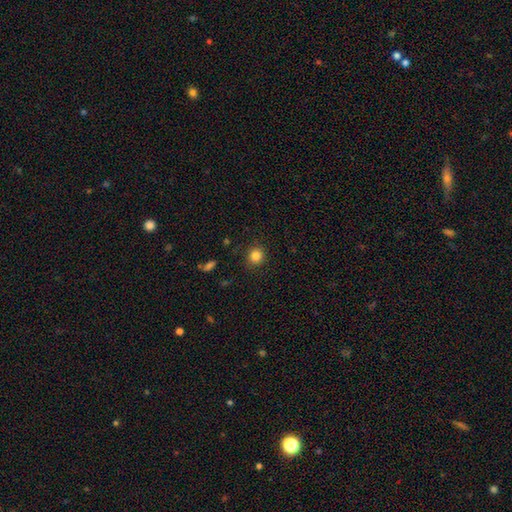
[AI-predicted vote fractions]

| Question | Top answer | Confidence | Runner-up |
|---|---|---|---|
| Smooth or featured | smooth | 84% | star or artifact (11%) |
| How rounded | round | 88% | in between (11%) |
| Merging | none | 89% | minor disturbance (8%) |